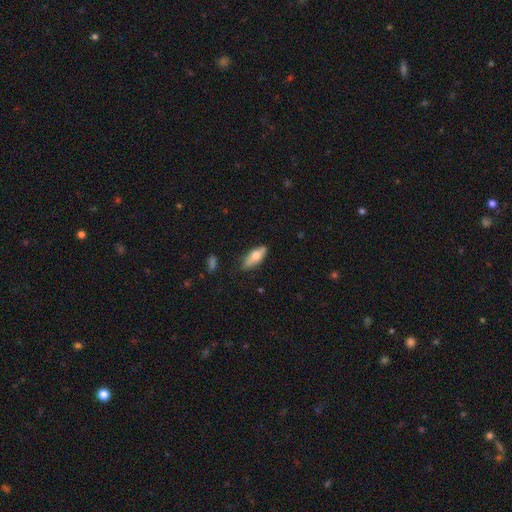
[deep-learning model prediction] Smooth or featured? smooth (64%)
How rounded? in between (69%)
Merging? none (76%)